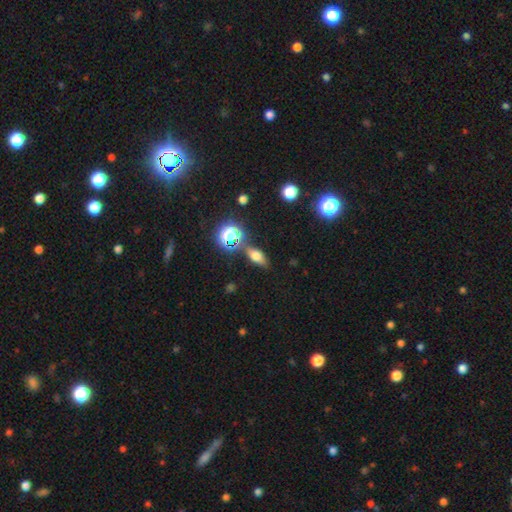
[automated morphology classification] Overall: smooth (58%; featured or disk 21%). How rounded: in between (68%). Merging: none (74%).